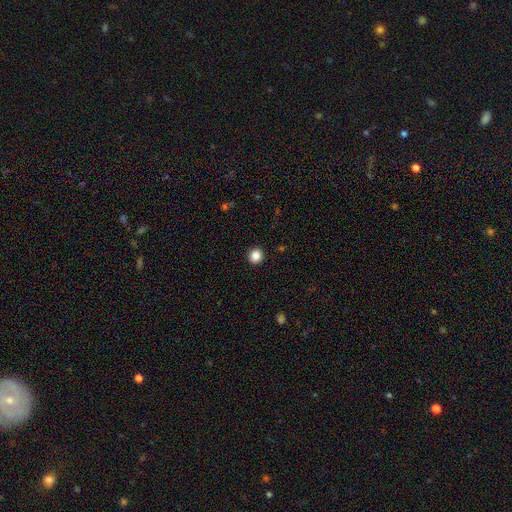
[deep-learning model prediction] smooth-or-featured: smooth: 86% | star or artifact: 10% | featured or disk: 4%
  how-rounded: round: 92% | in between: 7% | cigar-shaped: 1%
  merging: none: 93% | minor disturbance: 5% | major disturbance: 2% | merger: 1%